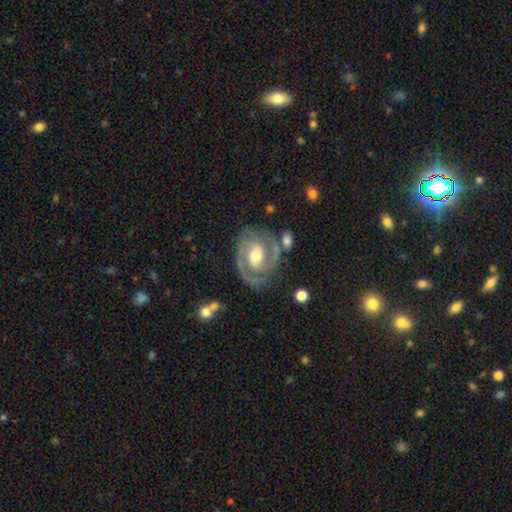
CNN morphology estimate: A featured or disk galaxy (87%) with a weak bar (43%), 2 (82%) tight (50%) spiral arms (95%) and a moderate central bulge (72%).

Vote fractions:
- Smooth or featured? featured or disk: 87% / smooth: 9% / star or artifact: 4%
- Edge-on disk? no: 97% / yes: 3%
- Bar? weak: 43% / no: 37% / strong: 20%
- Spiral arms? yes: 95% / no: 5%
- Spiral winding? tight: 50% / medium: 42% / loose: 8%
- Spiral arm count? 2: 82% / can't tell: 6% / 3: 5% / 1: 4% / 4: 1% / more than 4: 1%
- Bulge size? moderate: 72% / small: 13% / large: 12% / none: 1% / dominant: 1%
- Merging? none: 72% / minor disturbance: 16% / major disturbance: 7% / merger: 5%